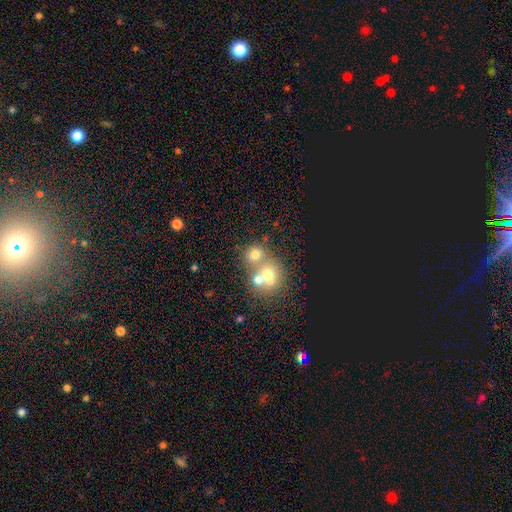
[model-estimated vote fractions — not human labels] Morphology: type=smooth (57%); roundness=round (75%); merging=merger (57%).